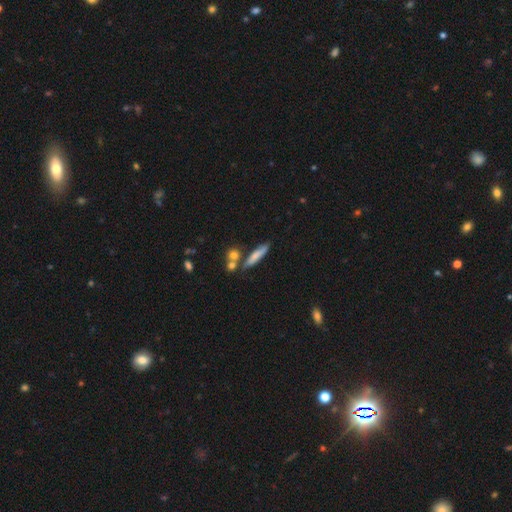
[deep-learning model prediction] The model was most divided on "smooth or featured": smooth: 70%, featured or disk: 23%, star or artifact: 7%. More confident: how rounded — cigar-shaped (84%); merging — none (70%).